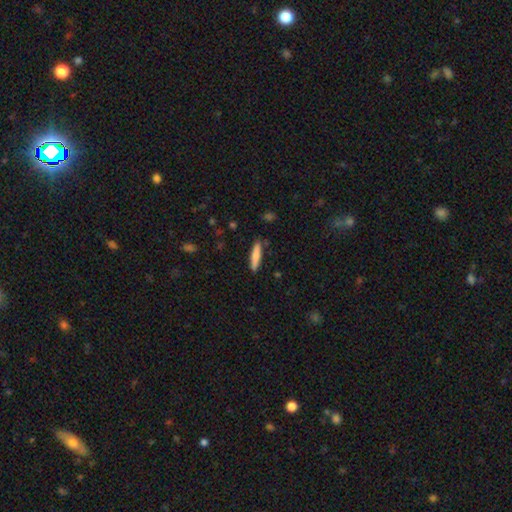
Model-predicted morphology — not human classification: Q: Smooth or featured?
A: smooth (78%); runner-up: featured or disk (16%)
Q: How rounded?
A: cigar-shaped (85%); runner-up: in between (14%)
Q: Merging?
A: none (87%); runner-up: minor disturbance (9%)